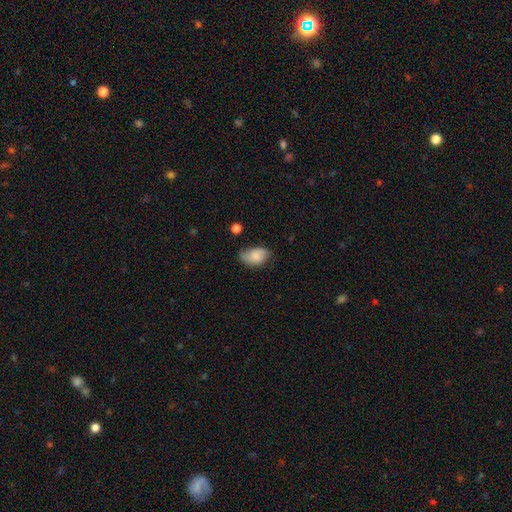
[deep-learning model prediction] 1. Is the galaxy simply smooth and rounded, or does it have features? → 76% smooth, 16% featured or disk, 8% star or artifact.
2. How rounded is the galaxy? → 89% in between, 10% round, 1% cigar-shaped.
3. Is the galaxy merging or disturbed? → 52% none, 36% minor disturbance, 9% major disturbance, 3% merger.